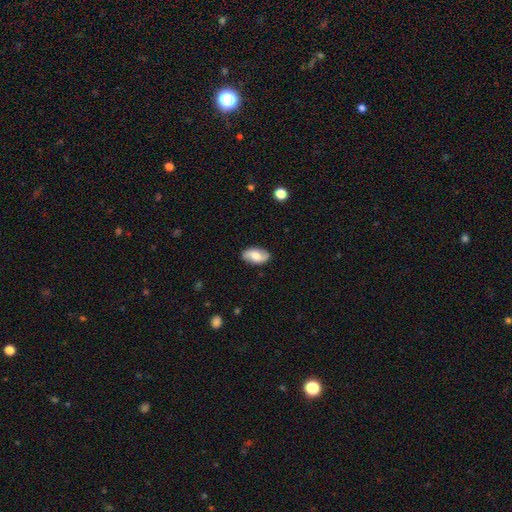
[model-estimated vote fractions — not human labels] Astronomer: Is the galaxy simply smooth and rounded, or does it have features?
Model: smooth — 51% (runner-up: featured or disk, 42%).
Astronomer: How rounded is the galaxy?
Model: in between — 93%.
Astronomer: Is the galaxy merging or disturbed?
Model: none — 85%.